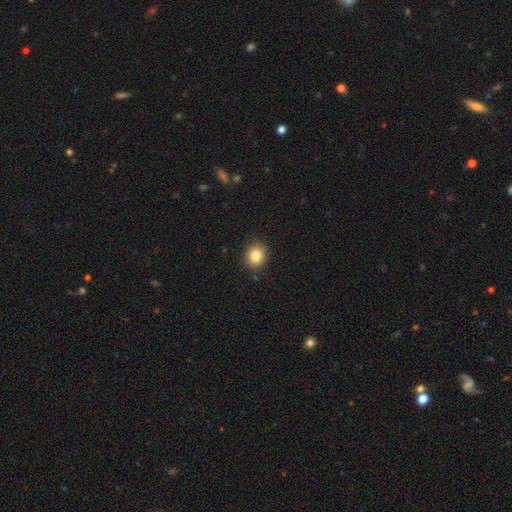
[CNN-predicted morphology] Smooth or featured? smooth (83%)
How rounded? round (68%)
Merging? none (89%)